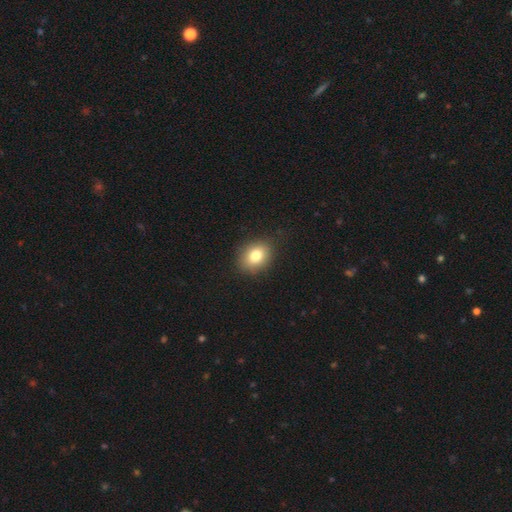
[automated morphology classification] A smooth galaxy with no disk features (80%) that is in between round and cigar-shaped (53%).

Vote fractions:
- Smooth or featured? smooth: 80% / star or artifact: 10% / featured or disk: 9%
- How rounded? in between: 53% / round: 46% / cigar-shaped: 1%
- Merging? none: 86% / minor disturbance: 10% / major disturbance: 3% / merger: 1%